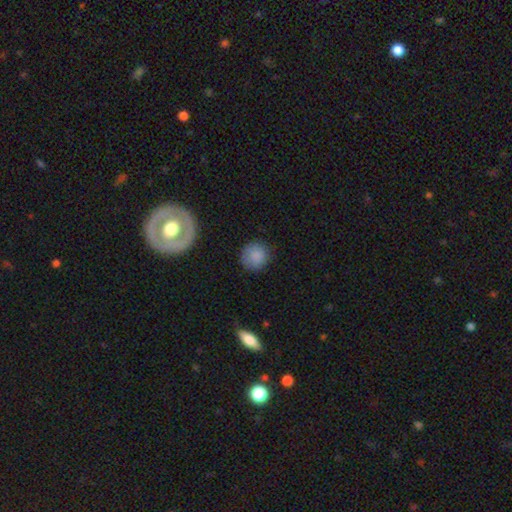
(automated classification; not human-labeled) Smooth or featured? Predicted: smooth (p=0.86). How rounded? Predicted: round (p=0.93). Merging? Predicted: none (p=0.86).